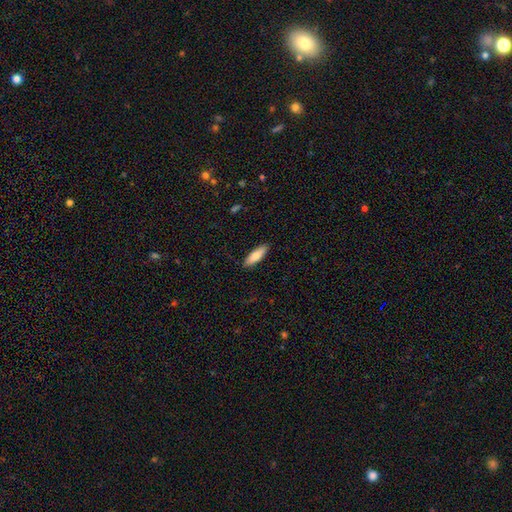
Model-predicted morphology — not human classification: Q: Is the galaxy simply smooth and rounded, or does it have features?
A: smooth — 79%.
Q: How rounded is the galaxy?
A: cigar-shaped — 50%.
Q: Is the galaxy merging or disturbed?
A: none — 89%.